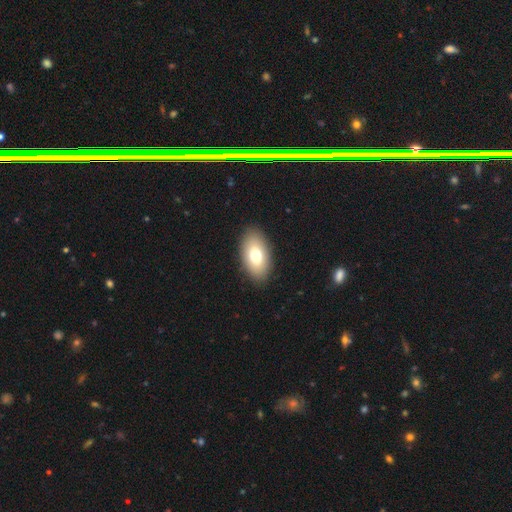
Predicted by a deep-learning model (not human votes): This is likely a smooth galaxy (74%). How rounded: clearly in between (93%). Merging: clearly none (89%).